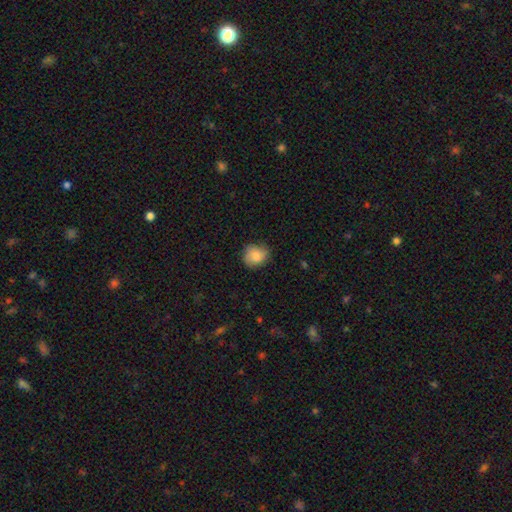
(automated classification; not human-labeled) The model was most divided on "merging": none: 72%, minor disturbance: 22%, major disturbance: 5%, merger: 1%. More confident: smooth or featured — smooth (83%); how rounded — round (76%).